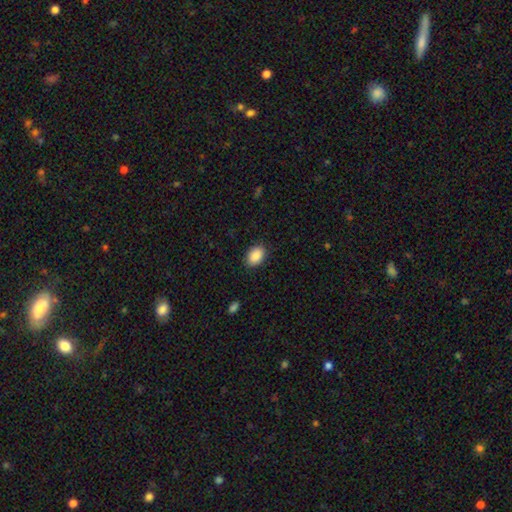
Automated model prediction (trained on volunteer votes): smooth_or_featured: smooth (p=0.90) [alt: star or artifact p=0.07]
how_rounded: in between (p=0.80) [alt: round p=0.19]
merging: none (p=0.87) [alt: minor disturbance p=0.10]